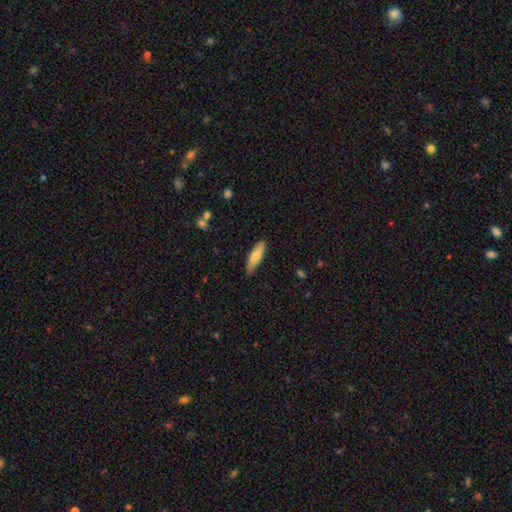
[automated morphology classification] Smooth or featured?
  - smooth: 71% *
  - featured or disk: 23%
  - star or artifact: 6%
How rounded?
  - cigar-shaped: 61% *
  - in between: 37%
  - round: 2%
Merging?
  - none: 86% *
  - minor disturbance: 11%
  - major disturbance: 2%
  - merger: 1%